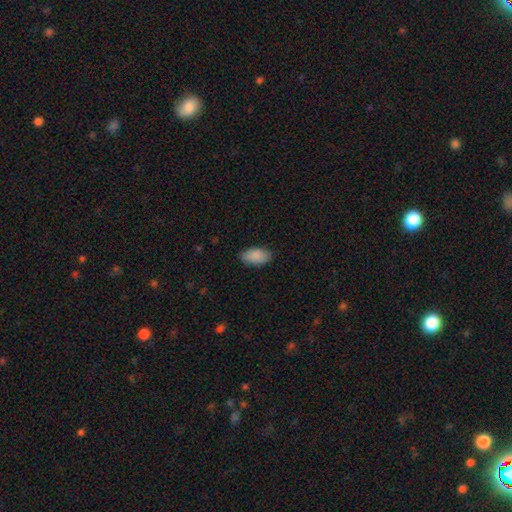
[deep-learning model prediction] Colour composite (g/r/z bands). It shows a smooth galaxy with no disk features (89%) that is in between round and cigar-shaped (94%). Merging: none (84%).